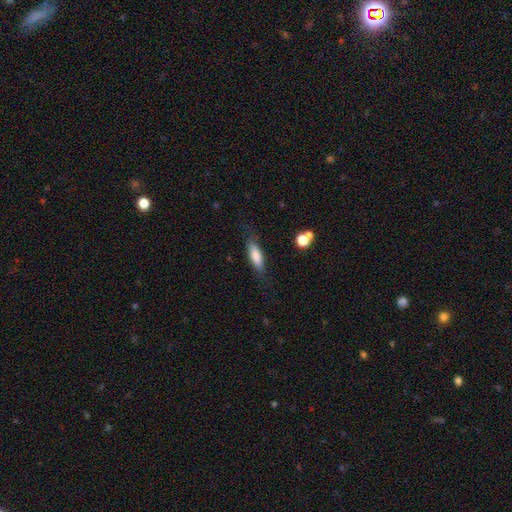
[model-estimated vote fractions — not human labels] This appears to be a smooth galaxy with no disk features (77%) that is cigar-shaped (51%). Merging: none (77%).